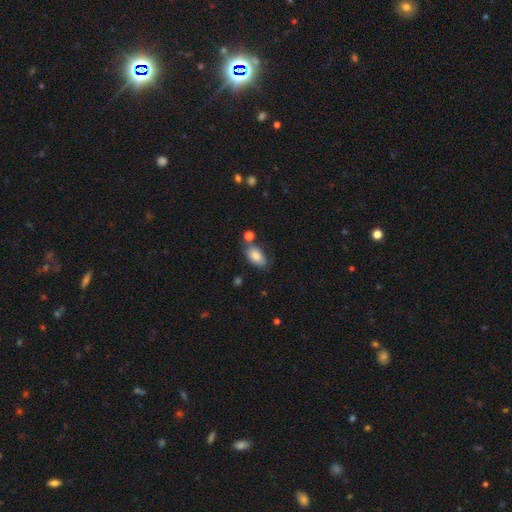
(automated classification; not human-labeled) Smooth or featured: smooth — 82% (featured or disk — 10%)
How rounded: in between — 92% (round — 6%)
Merging: none — 59% (minor disturbance — 22%)